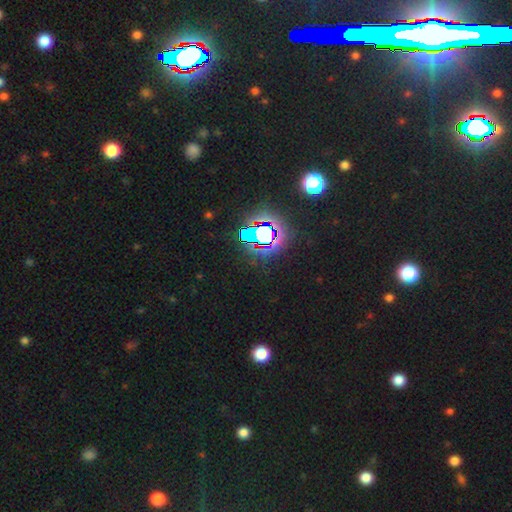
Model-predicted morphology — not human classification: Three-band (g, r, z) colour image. It shows a star or artifact, not a galaxy (81%).